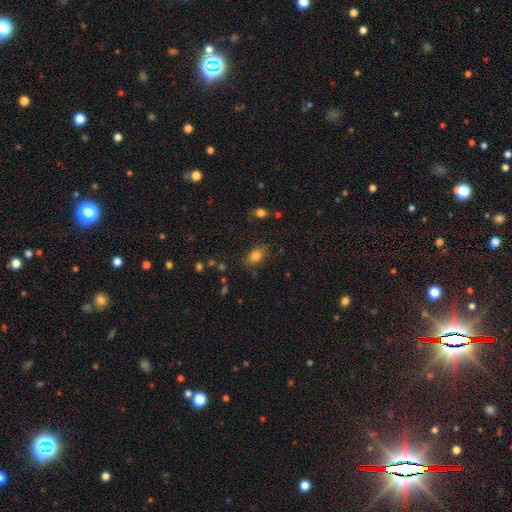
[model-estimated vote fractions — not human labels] Smooth or featured? Predicted: smooth (p=0.81). How rounded? Predicted: in between (p=0.75). Merging? Predicted: none (p=0.78).